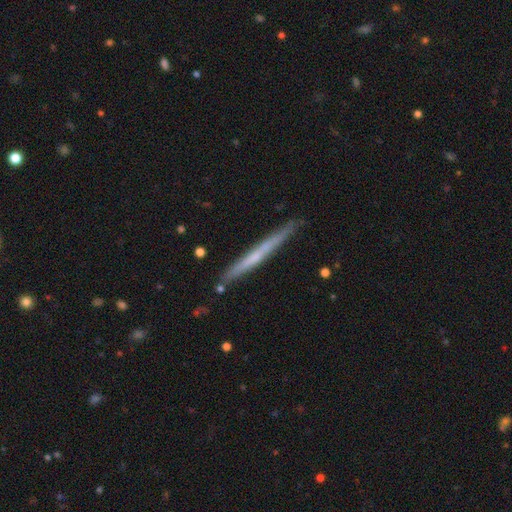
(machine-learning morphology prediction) The model was most divided on "smooth or featured": featured or disk: 54%, smooth: 40%, star or artifact: 6%. More confident: edge-on disk — yes (97%); merging — none (87%); edge-on bulge — none (78%).